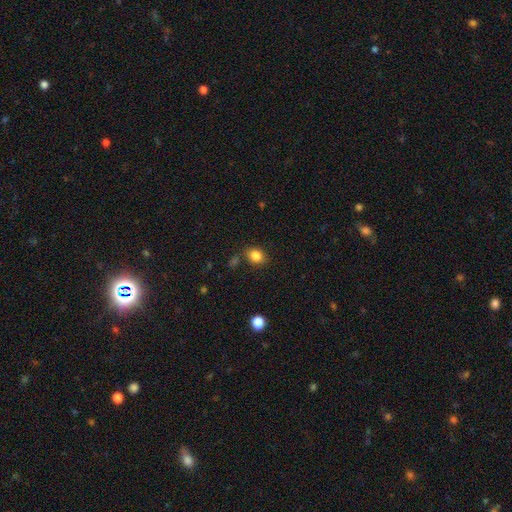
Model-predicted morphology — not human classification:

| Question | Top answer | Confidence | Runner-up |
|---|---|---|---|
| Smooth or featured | smooth | 84% | star or artifact (11%) |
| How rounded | in between | 51% | round (48%) |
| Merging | none | 76% | minor disturbance (14%) |